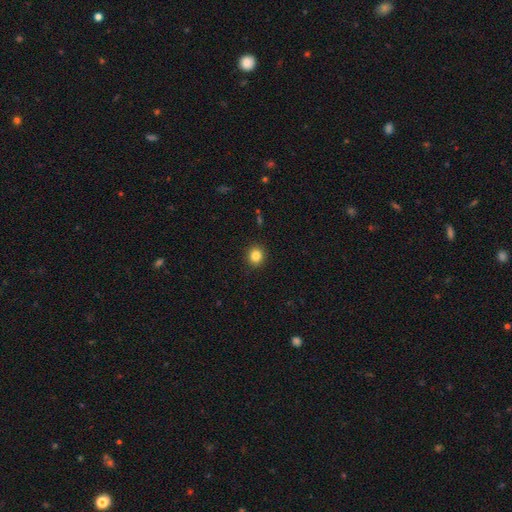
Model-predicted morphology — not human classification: Smooth or featured: smooth — 84% (star or artifact — 11%)
How rounded: round — 86% (in between — 13%)
Merging: none — 91% (minor disturbance — 6%)